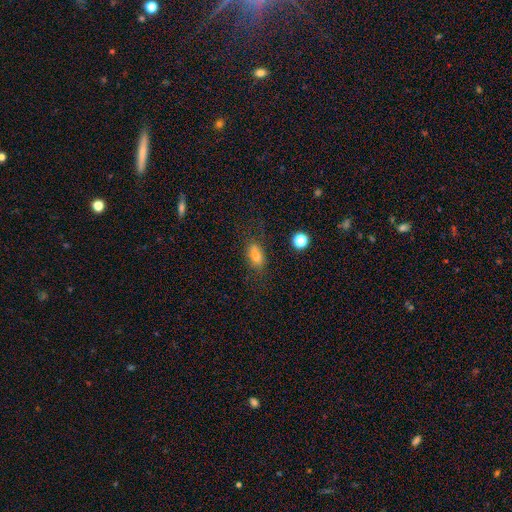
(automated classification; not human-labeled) smooth 71%, featured or disk 15%, star or artifact 14%. Down the decision tree: how rounded — in between (76%); merging — none (64%).